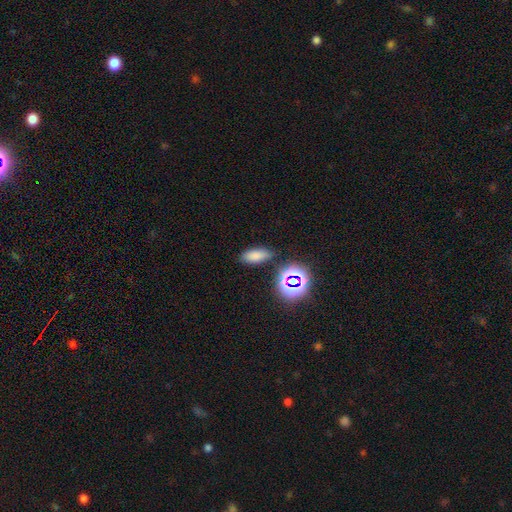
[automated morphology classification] This appears to be a smooth galaxy with no disk features (74%) that is in between round and cigar-shaped (83%). Merging: none (82%).